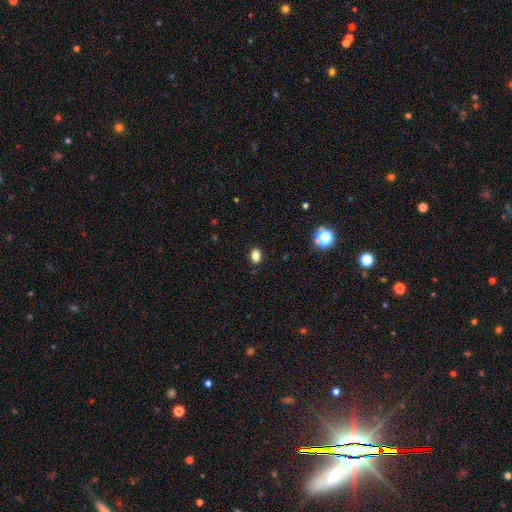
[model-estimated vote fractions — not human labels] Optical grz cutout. It shows a smooth galaxy with no disk features (82%) that is in between round and cigar-shaped (74%). Merging: none (89%).